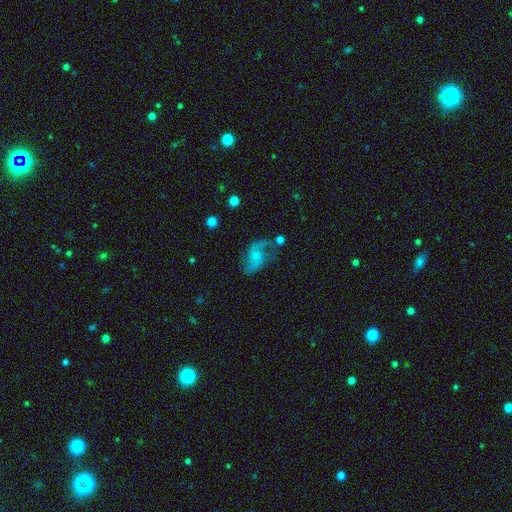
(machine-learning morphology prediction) Smooth or featured?
  - featured or disk: 74% *
  - smooth: 16%
  - star or artifact: 10%
Edge-on disk?
  - no: 96% *
  - yes: 4%
Bar?
  - no: 67% *
  - weak: 28%
  - strong: 5%
Spiral arms?
  - yes: 91% *
  - no: 9%
Spiral winding?
  - loose: 57% *
  - medium: 33%
  - tight: 10%
Spiral arm count?
  - 2: 83% *
  - can't tell: 7%
  - 1: 6%
  - 3: 2%
  - 4: 1%
  - more than 4: 1%
Bulge size?
  - small: 62% *
  - moderate: 30%
  - none: 5%
  - large: 2%
  - dominant: 1%
Merging?
  - none: 58% *
  - minor disturbance: 22%
  - major disturbance: 15%
  - merger: 5%